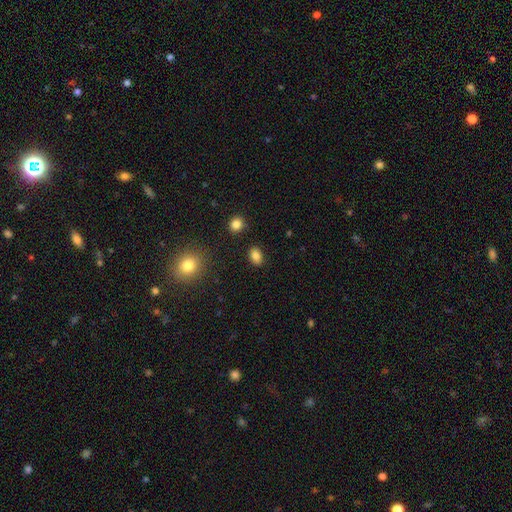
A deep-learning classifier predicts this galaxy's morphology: Smooth or featured: smooth — 84% (star or artifact — 10%)
How rounded: in between — 82% (round — 16%)
Merging: none — 86% (minor disturbance — 9%)